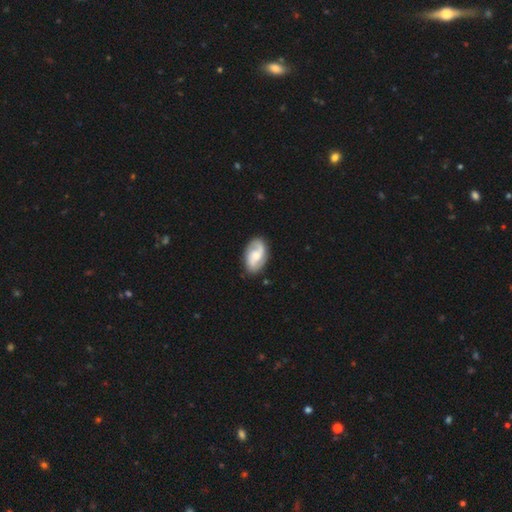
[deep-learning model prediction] Q: Smooth or featured?
A: featured or disk (73%); runner-up: smooth (21%)
Q: Edge-on disk?
A: no (97%); runner-up: yes (3%)
Q: Bar?
A: no (52%); runner-up: weak (40%)
Q: Spiral arms?
A: yes (95%); runner-up: no (5%)
Q: Spiral winding?
A: medium (45%); runner-up: tight (28%)
Q: Spiral arm count?
A: 2 (87%); runner-up: can't tell (5%)
Q: Bulge size?
A: moderate (49%); runner-up: small (35%)
Q: Merging?
A: none (83%); runner-up: minor disturbance (12%)